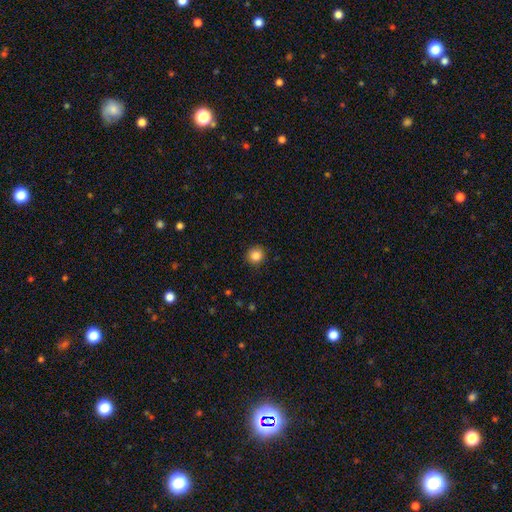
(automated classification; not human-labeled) Overall: smooth (86%). How rounded: round (91%). Merging: none (90%).